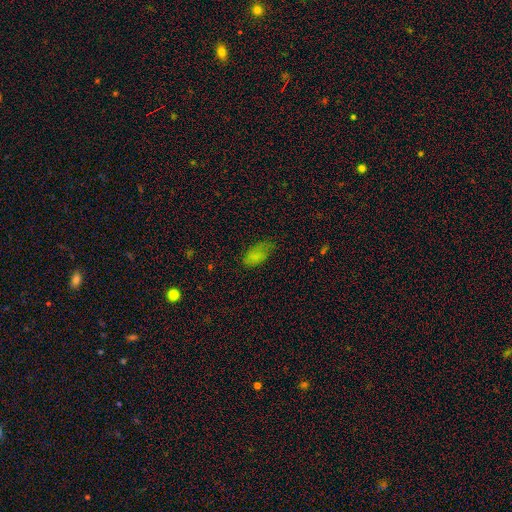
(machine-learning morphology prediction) Smooth or featured?
  - smooth: 76% *
  - star or artifact: 13%
  - featured or disk: 11%
How rounded?
  - in between: 92% *
  - cigar-shaped: 4%
  - round: 3%
Merging?
  - none: 59% *
  - minor disturbance: 30%
  - major disturbance: 10%
  - merger: 2%